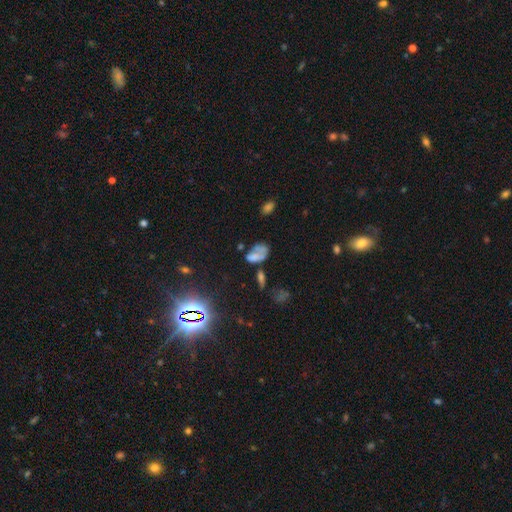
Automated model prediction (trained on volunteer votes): A smooth galaxy with no disk features (51%) that is in between round and cigar-shaped (85%).

Vote fractions:
- Smooth or featured? smooth: 51% / featured or disk: 32% / star or artifact: 17%
- How rounded? in between: 85% / round: 12% / cigar-shaped: 3%
- Merging? merger: 31% / none: 25% / major disturbance: 24% / minor disturbance: 19%